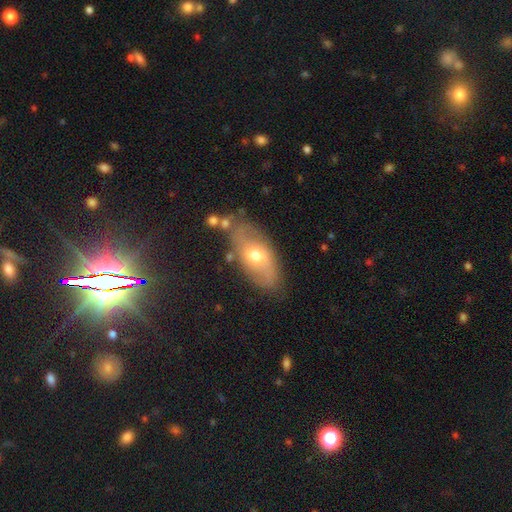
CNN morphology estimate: featured or disk 52%, smooth 41%, star or artifact 8%. Down the decision tree: edge-on disk — no (86%); merging — none (71%).